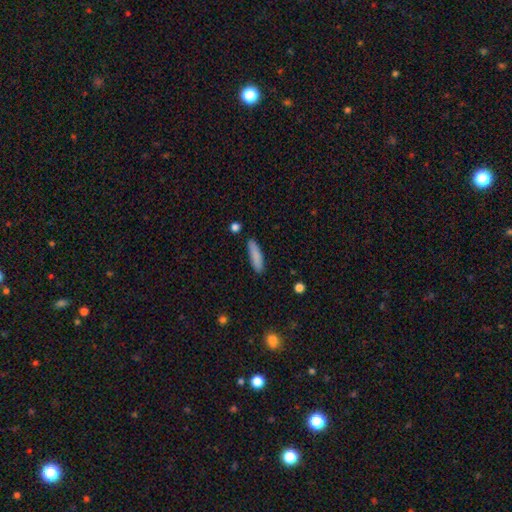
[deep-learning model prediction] A smooth galaxy with no disk features (85%) that is cigar-shaped (70%).

Vote fractions:
- Smooth or featured? smooth: 85% / featured or disk: 8% / star or artifact: 6%
- How rounded? cigar-shaped: 70% / in between: 29% / round: 2%
- Merging? none: 87% / minor disturbance: 10% / merger: 2% / major disturbance: 2%